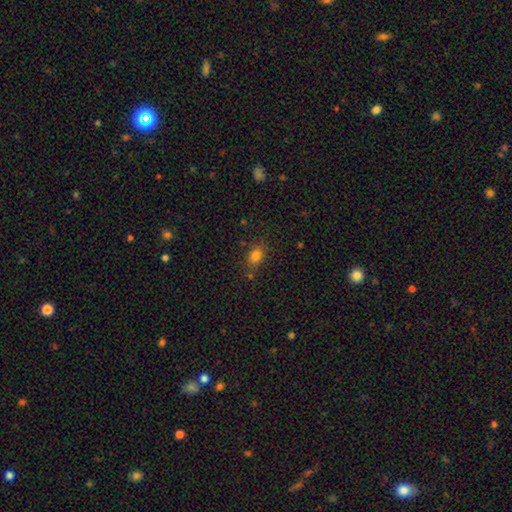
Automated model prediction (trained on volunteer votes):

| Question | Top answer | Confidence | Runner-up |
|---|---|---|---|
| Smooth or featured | smooth | 80% | star or artifact (13%) |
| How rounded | in between | 73% | round (26%) |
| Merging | none | 77% | minor disturbance (14%) |